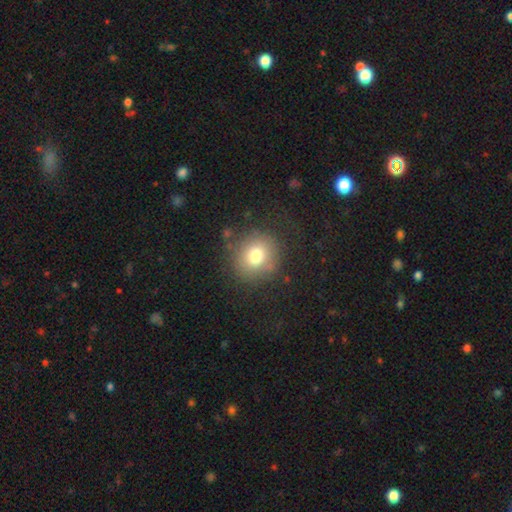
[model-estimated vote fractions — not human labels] A smooth galaxy with no disk features (74%) that is round (84%).

Vote fractions:
- Smooth or featured? smooth: 74% / featured or disk: 13% / star or artifact: 13%
- How rounded? round: 84% / in between: 15% / cigar-shaped: 1%
- Merging? none: 78% / minor disturbance: 13% / major disturbance: 7% / merger: 2%